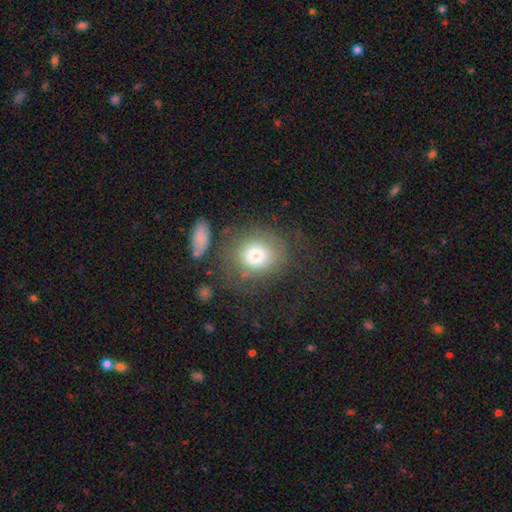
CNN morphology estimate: Overall: smooth (69%). How rounded: round (78%). Merging: none (63%).